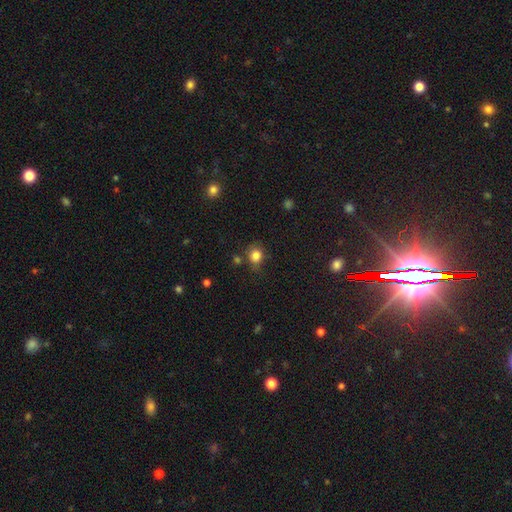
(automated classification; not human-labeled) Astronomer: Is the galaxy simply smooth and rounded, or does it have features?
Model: smooth — 83%.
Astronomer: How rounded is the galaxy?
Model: round — 75%.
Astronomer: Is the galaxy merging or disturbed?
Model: none — 70%.